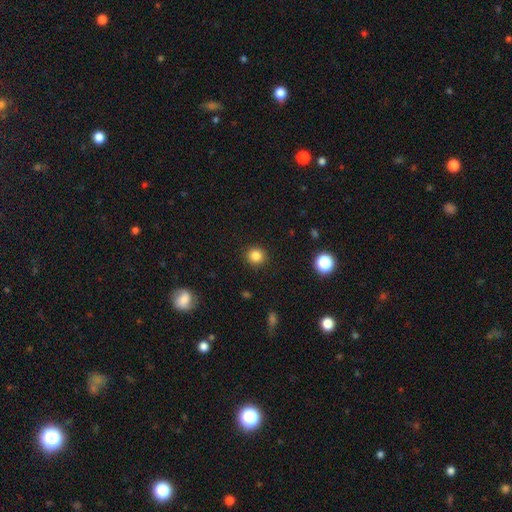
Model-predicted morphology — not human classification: Overall: smooth (84%). How rounded: round (91%). Merging: none (91%).